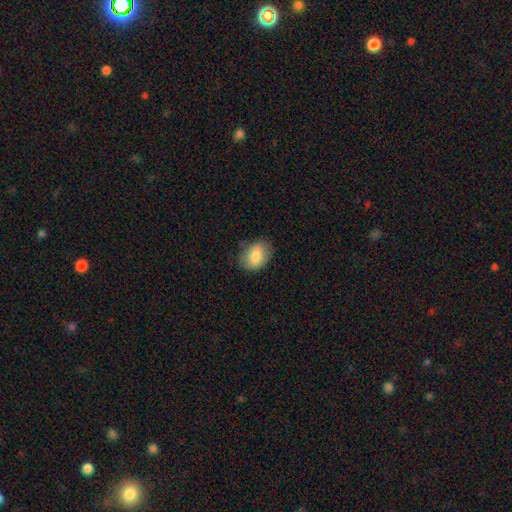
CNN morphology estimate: The model was most divided on "how rounded": in between: 73%, round: 26%, cigar-shaped: 1%. More confident: smooth or featured — smooth (81%); merging — none (74%).